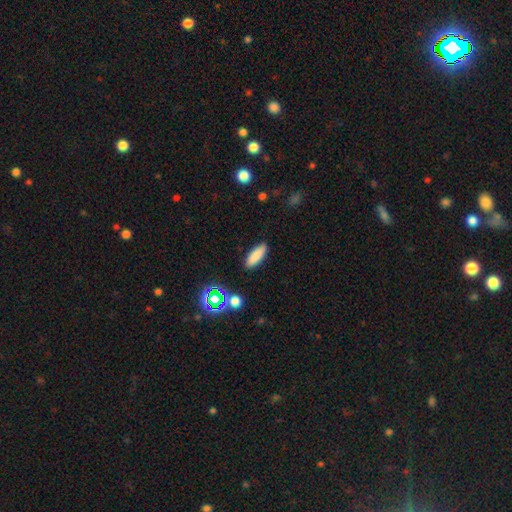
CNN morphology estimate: smooth_or_featured: smooth (p=0.83) [alt: star or artifact p=0.11]
how_rounded: in between (p=0.58) [alt: cigar-shaped p=0.40]
merging: none (p=0.89) [alt: minor disturbance p=0.08]